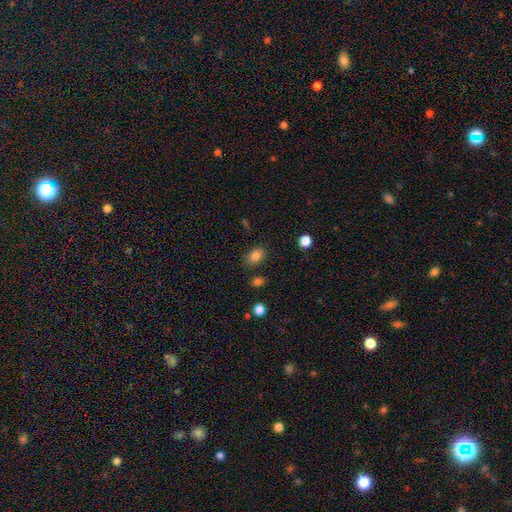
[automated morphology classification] smooth-or-featured: smooth: 82% | star or artifact: 11% | featured or disk: 7%
  how-rounded: in between: 78% | round: 21% | cigar-shaped: 1%
  merging: none: 78% | minor disturbance: 14% | merger: 4% | major disturbance: 4%